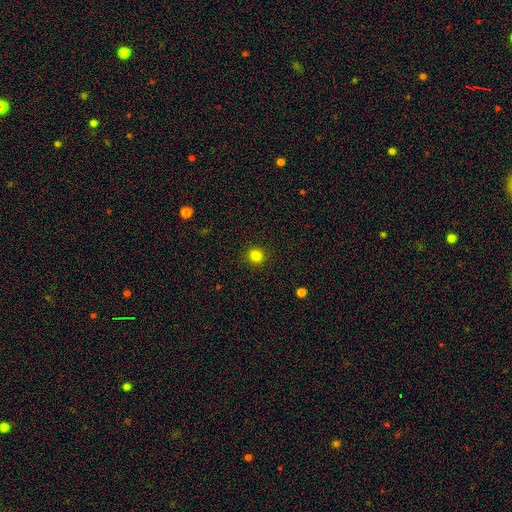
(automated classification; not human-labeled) A smooth galaxy with no disk features (83%) that is round (88%).

Vote fractions:
- Smooth or featured? smooth: 83% / star or artifact: 13% / featured or disk: 4%
- How rounded? round: 88% / in between: 11% / cigar-shaped: 1%
- Merging? none: 91% / minor disturbance: 6% / major disturbance: 2% / merger: 1%